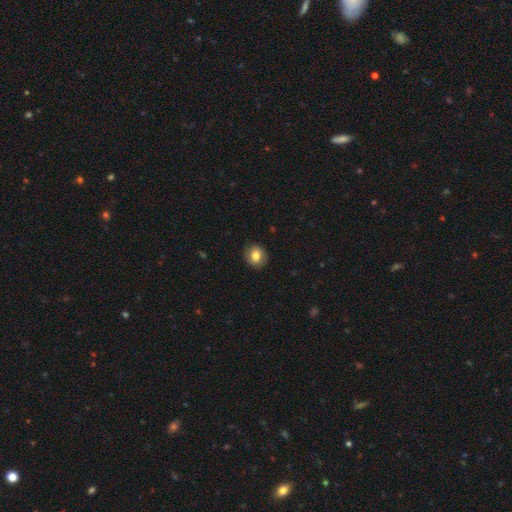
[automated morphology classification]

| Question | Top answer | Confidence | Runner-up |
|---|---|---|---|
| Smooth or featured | smooth | 80% | featured or disk (11%) |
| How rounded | round | 75% | in between (24%) |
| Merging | none | 88% | minor disturbance (9%) |